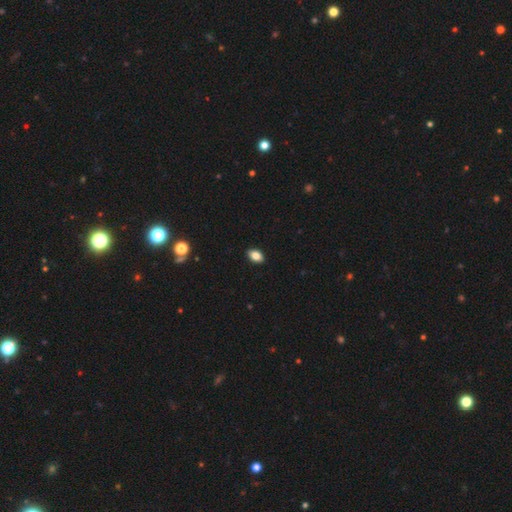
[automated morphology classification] This is clearly a smooth galaxy (83%). How rounded: clearly in between (86%). Merging: clearly none (90%).